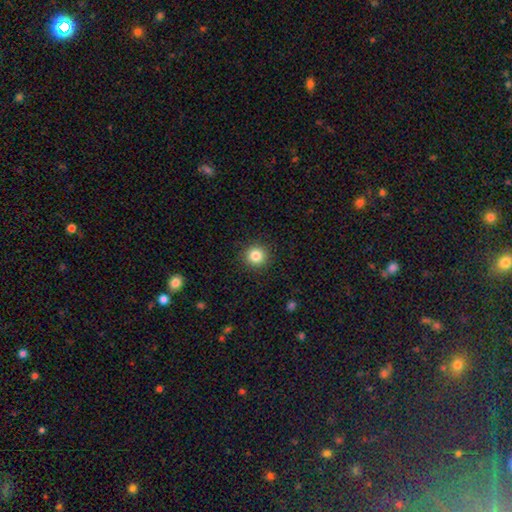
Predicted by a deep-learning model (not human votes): This is clearly a smooth galaxy (84%). How rounded: clearly round (94%). Merging: clearly none (92%).